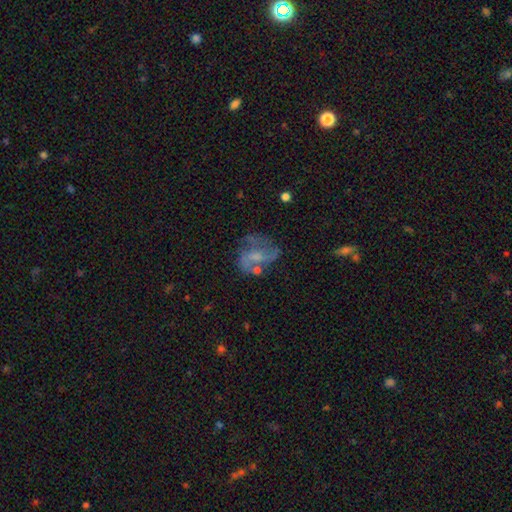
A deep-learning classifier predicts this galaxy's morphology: Smooth or featured? featured or disk (64%)
Edge-on disk? no (97%)
Bar? no (53%)
Spiral arms? yes (68%)
Bulge size? moderate (34%)
Merging? none (46%)